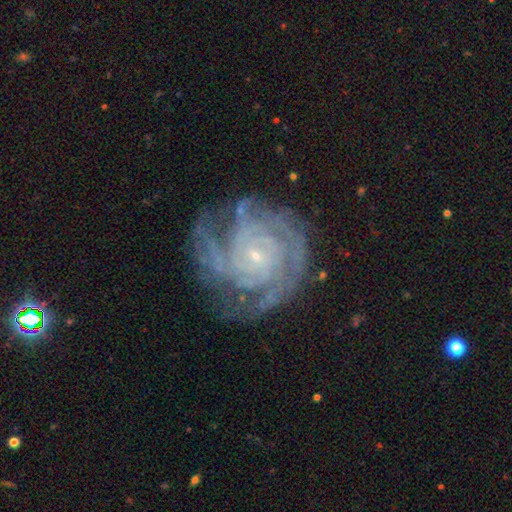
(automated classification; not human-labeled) The model was most divided on "spiral arm count": 4: 26%, 3: 22%, can't tell: 19%, 2: 15%, more than 4: 11%, 1: 7%. More confident: spiral arms — yes (98%); edge-on disk — no (98%); smooth or featured — featured or disk (90%); bulge size — small (87%); spiral winding — tight (77%); bar — no (74%); merging — none (72%).